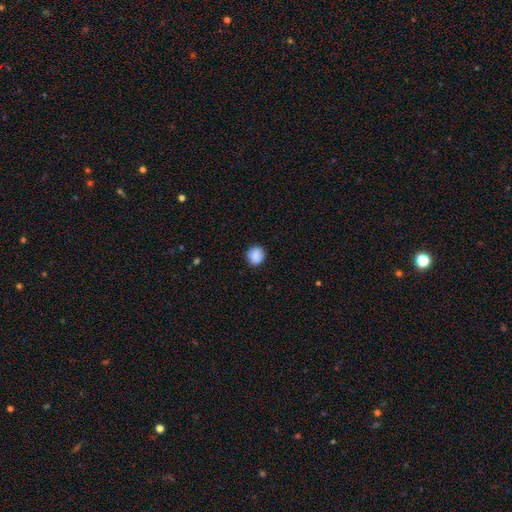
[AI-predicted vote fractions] Smooth or featured: smooth — 88% (star or artifact — 8%)
How rounded: round — 90% (in between — 9%)
Merging: none — 89% (minor disturbance — 8%)